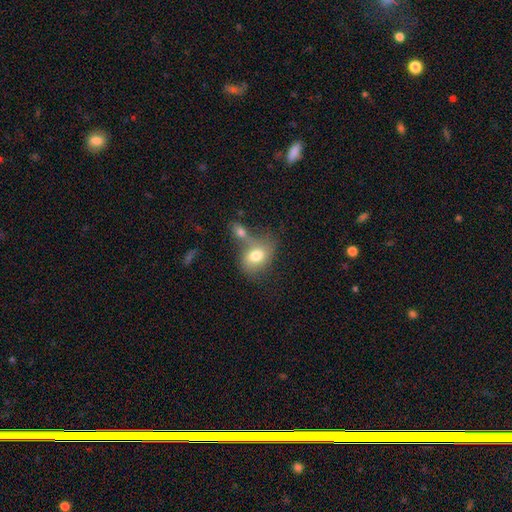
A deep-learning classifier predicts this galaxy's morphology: The model was most divided on "merging": merger: 42%, none: 35%, minor disturbance: 15%, major disturbance: 9%. More confident: smooth or featured — smooth (75%); how rounded — in between (69%).